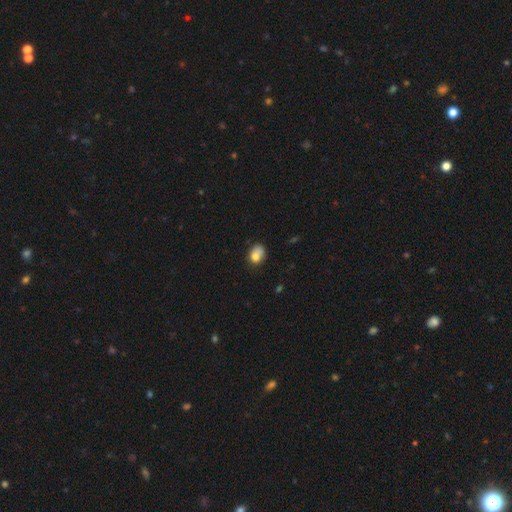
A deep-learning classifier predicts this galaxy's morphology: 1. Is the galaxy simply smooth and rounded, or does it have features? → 76% smooth, 14% featured or disk, 10% star or artifact.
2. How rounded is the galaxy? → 66% in between, 32% round, 1% cigar-shaped.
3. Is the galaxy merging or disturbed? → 45% none, 31% minor disturbance, 12% major disturbance, 12% merger.